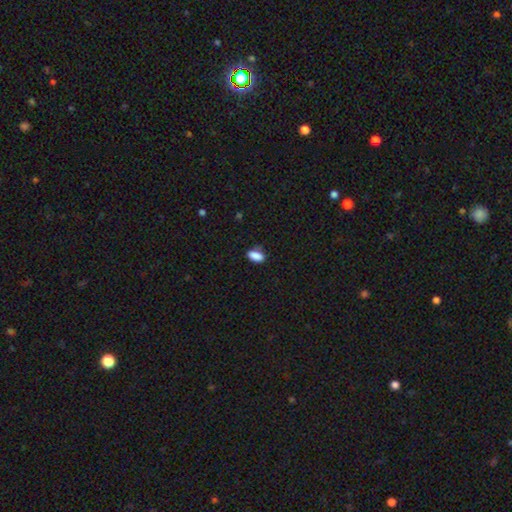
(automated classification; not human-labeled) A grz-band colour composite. It shows a smooth galaxy with no disk features (87%) that is in between round and cigar-shaped (88%). Merging: none (77%).